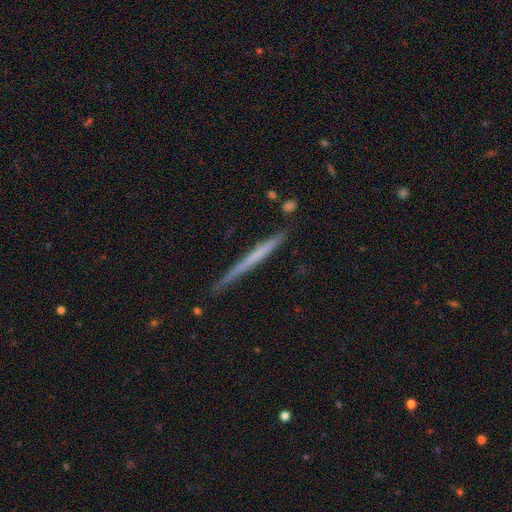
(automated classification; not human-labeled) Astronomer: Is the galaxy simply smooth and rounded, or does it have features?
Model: featured or disk — 48% (runner-up: smooth, 46%).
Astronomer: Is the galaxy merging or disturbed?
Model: none — 83%.